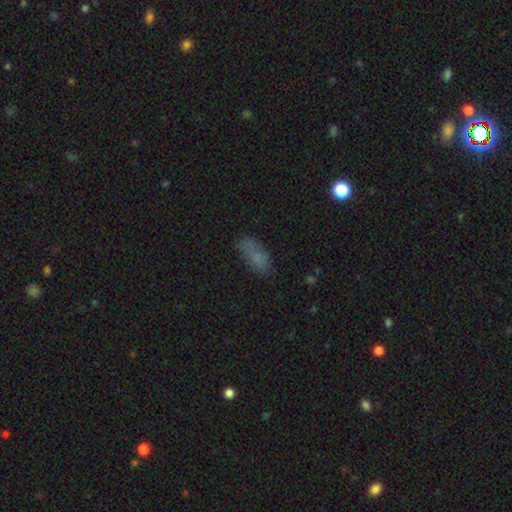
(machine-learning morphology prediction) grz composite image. It shows a smooth galaxy with no disk features (77%) that is in between round and cigar-shaped (78%). Merging: none (69%).